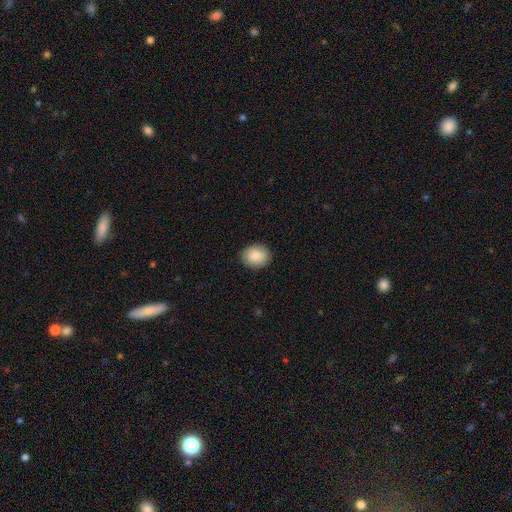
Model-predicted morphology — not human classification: Q: Smooth or featured?
A: smooth (88%); runner-up: star or artifact (7%)
Q: How rounded?
A: round (50%); runner-up: in between (49%)
Q: Merging?
A: none (87%); runner-up: minor disturbance (10%)